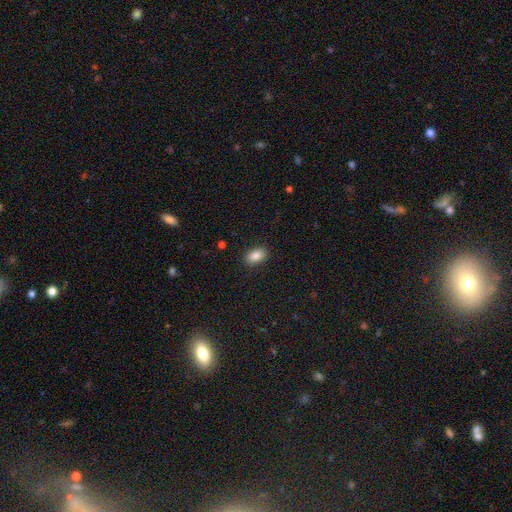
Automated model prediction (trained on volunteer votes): Smooth or featured? smooth (87%)
How rounded? in between (90%)
Merging? none (88%)